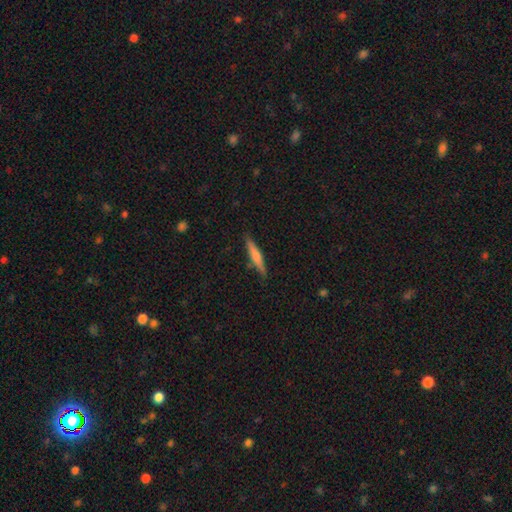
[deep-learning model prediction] This appears to be a smooth galaxy with no disk features (47%). Merging: none (88%).